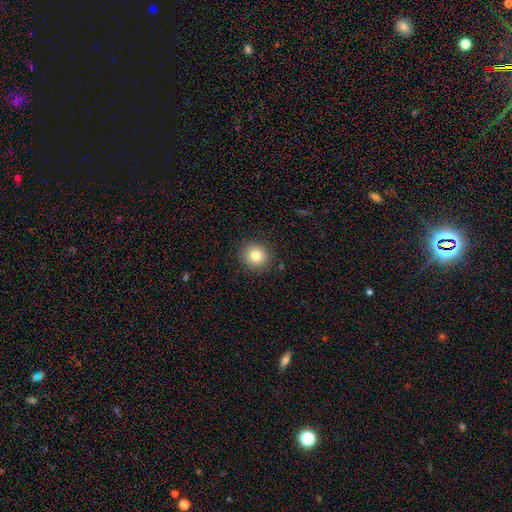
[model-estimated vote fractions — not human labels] Smooth or featured: smooth — 82% (star or artifact — 11%)
How rounded: round — 91% (in between — 8%)
Merging: none — 90% (minor disturbance — 7%)